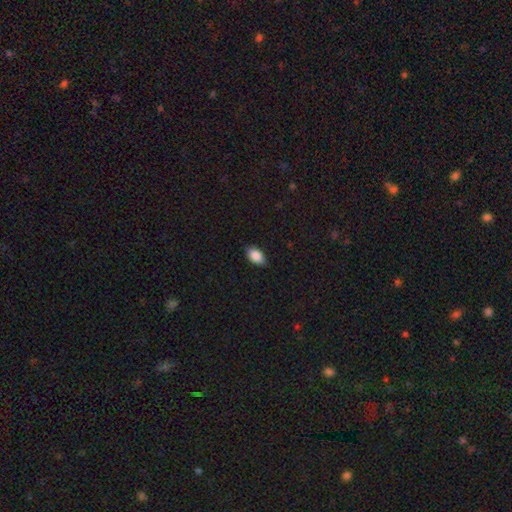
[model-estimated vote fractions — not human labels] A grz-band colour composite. It shows a smooth galaxy with no disk features (88%) that is in between round and cigar-shaped (93%). Merging: none (86%).